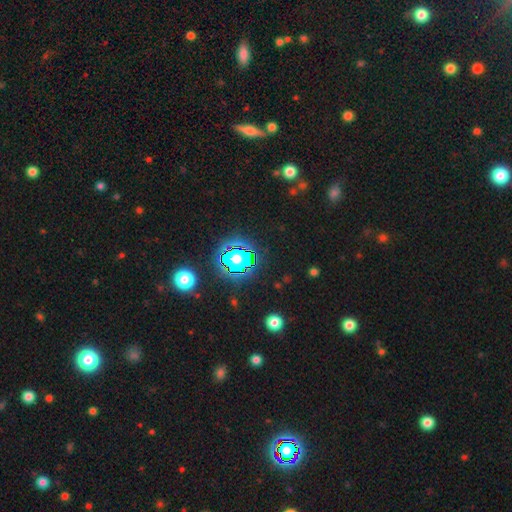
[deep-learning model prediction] This is likely a star or artifact rather than a galaxy (77%).